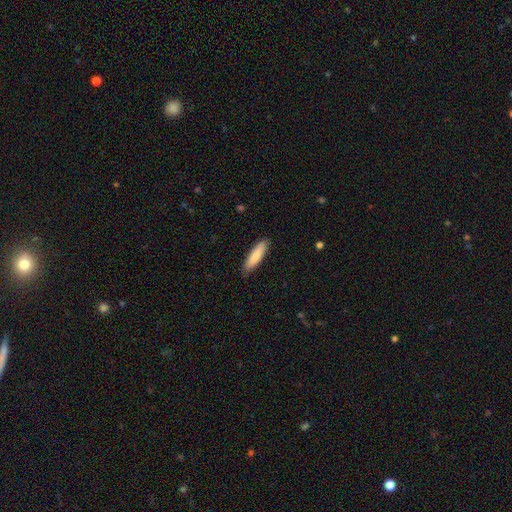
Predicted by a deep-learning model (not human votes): smooth_or_featured: smooth (p=0.83) [alt: featured or disk p=0.12]
how_rounded: cigar-shaped (p=0.70) [alt: in between p=0.28]
merging: none (p=0.87) [alt: minor disturbance p=0.11]